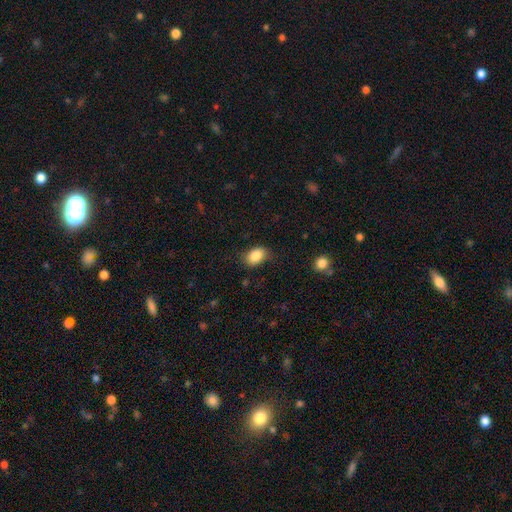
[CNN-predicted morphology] Q: Smooth or featured?
A: smooth (85%); runner-up: star or artifact (8%)
Q: How rounded?
A: in between (81%); runner-up: round (18%)
Q: Merging?
A: none (78%); runner-up: minor disturbance (17%)